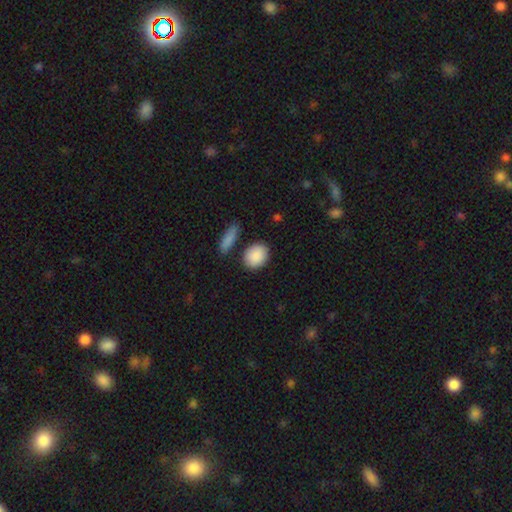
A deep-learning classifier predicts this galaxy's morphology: Smooth or featured: smooth — 90% (star or artifact — 6%)
How rounded: in between — 50% (round — 48%)
Merging: none — 78% (minor disturbance — 12%)